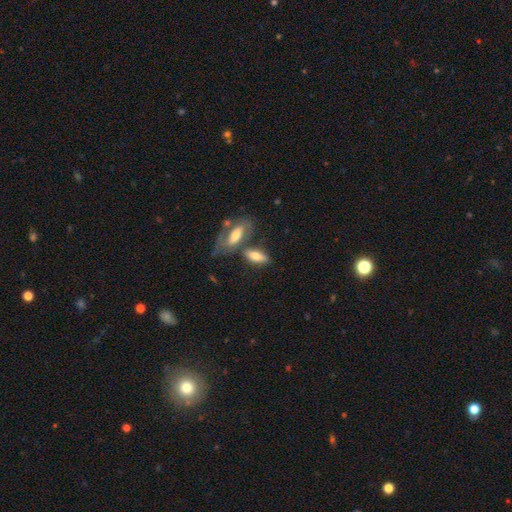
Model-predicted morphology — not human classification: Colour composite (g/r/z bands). It shows a smooth galaxy with no disk features (66%) that is in between round and cigar-shaped (74%). Merging: none (52%).